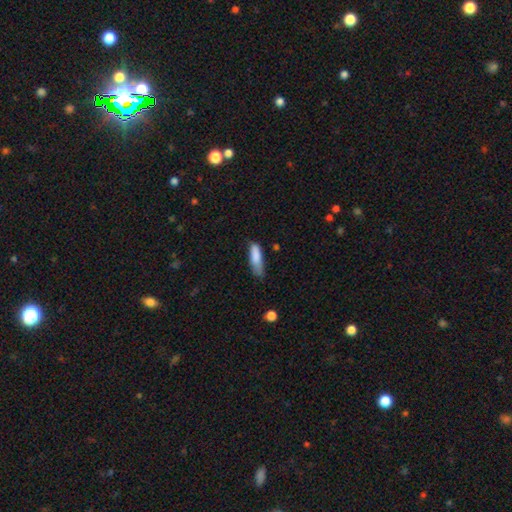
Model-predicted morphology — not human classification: Smooth or featured? Predicted: smooth (p=0.83). How rounded? Predicted: cigar-shaped (p=0.55). Merging? Predicted: none (p=0.48).